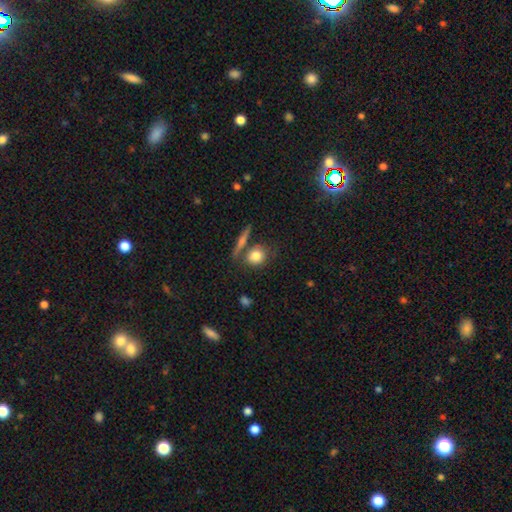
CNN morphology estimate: smooth 80%, featured or disk 12%, star or artifact 8%. Down the decision tree: how rounded — round (68%); merging — none (63%).